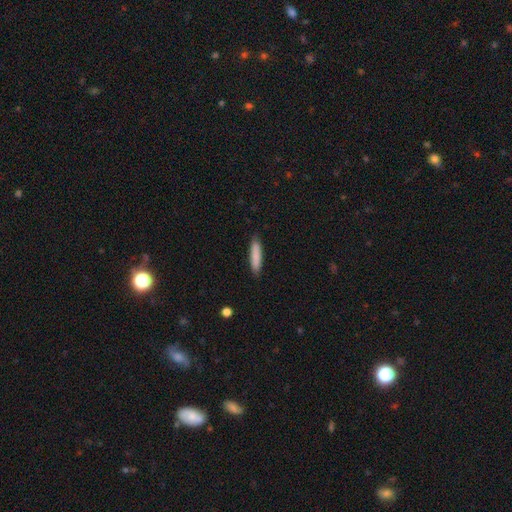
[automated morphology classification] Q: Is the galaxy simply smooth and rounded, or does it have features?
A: smooth — 85%.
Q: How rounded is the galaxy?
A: cigar-shaped — 84%.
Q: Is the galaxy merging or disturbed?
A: none — 89%.